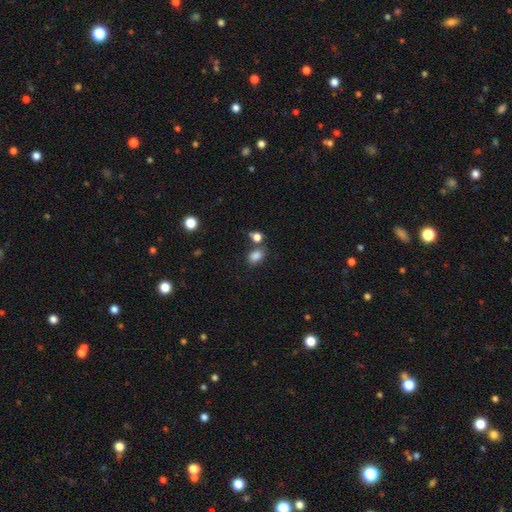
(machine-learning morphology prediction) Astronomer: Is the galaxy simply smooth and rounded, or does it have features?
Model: smooth — 83%.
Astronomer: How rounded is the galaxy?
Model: in between — 75%.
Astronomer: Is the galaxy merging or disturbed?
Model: none — 62%.